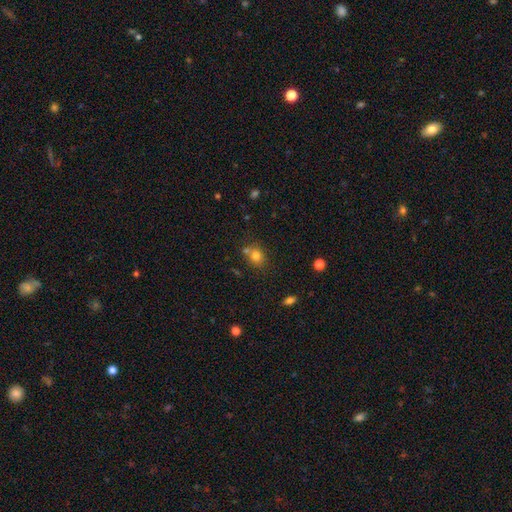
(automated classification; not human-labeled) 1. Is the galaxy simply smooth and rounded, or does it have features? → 77% smooth, 14% star or artifact, 9% featured or disk.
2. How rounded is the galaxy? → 68% round, 31% in between, 1% cigar-shaped.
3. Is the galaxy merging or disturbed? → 60% none, 24% merger, 12% minor disturbance, 4% major disturbance.